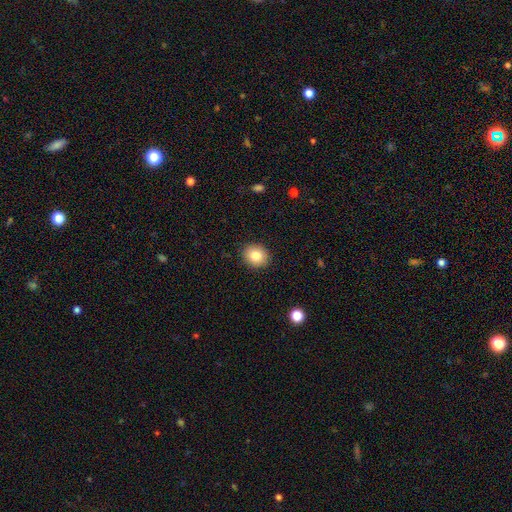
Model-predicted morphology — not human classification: Smooth or featured?
  - smooth: 82% *
  - star or artifact: 9%
  - featured or disk: 9%
How rounded?
  - round: 70% *
  - in between: 29%
  - cigar-shaped: 1%
Merging?
  - none: 90% *
  - minor disturbance: 7%
  - major disturbance: 2%
  - merger: 1%